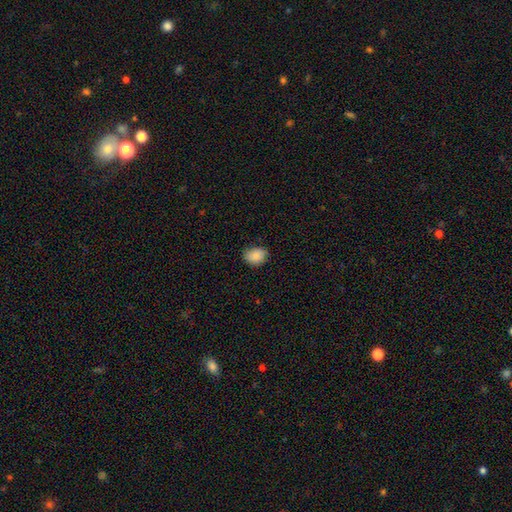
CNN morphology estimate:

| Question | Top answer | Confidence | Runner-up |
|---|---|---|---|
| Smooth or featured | smooth | 87% | star or artifact (8%) |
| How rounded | in between | 52% | round (47%) |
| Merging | none | 75% | minor disturbance (20%) |